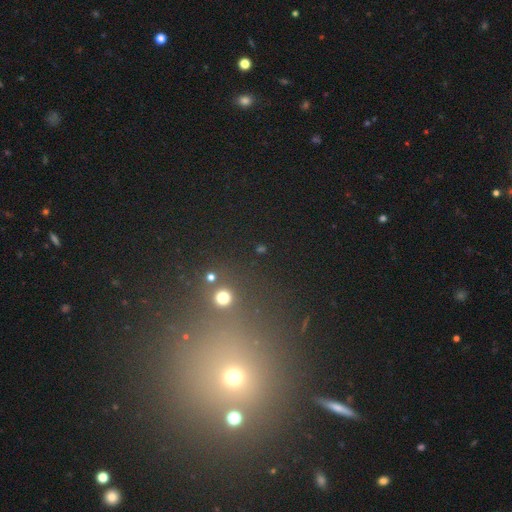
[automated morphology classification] smooth-or-featured: star or artifact: 58% | smooth: 34% | featured or disk: 8%